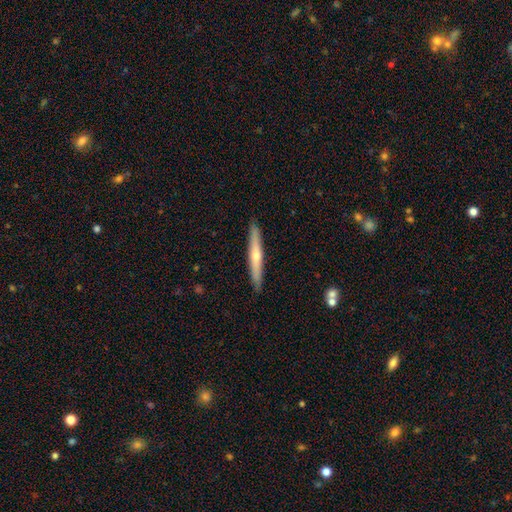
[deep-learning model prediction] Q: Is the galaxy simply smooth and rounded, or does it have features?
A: featured or disk — 59%.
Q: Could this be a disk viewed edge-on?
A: yes — 95%.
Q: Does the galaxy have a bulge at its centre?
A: rounded — 81%.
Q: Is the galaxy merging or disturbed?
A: none — 91%.